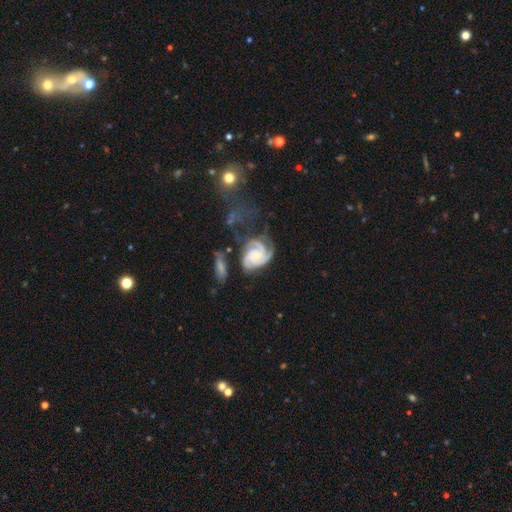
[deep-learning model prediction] This is clearly a featured or disk galaxy (89%). It is clearly not viewed edge-on (98%). Bar: likely no (67%). Spiral arm pattern: clearly yes (98%). Spiral arm count: possibly 3 (53%). Spiral winding: likely tight (62%). Central bulge: possibly small (59%). Merging: possibly none (50%).